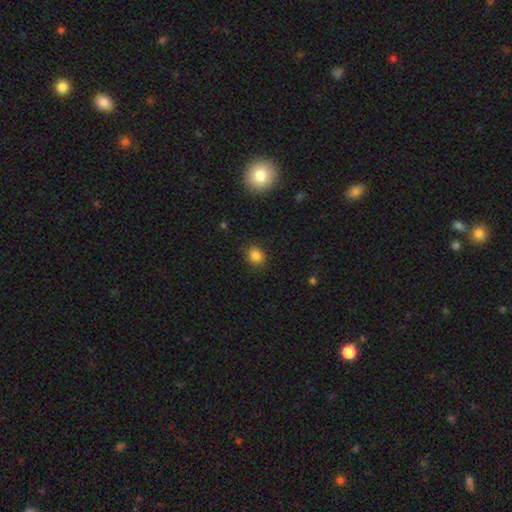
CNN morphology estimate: Smooth or featured? Predicted: smooth (p=0.84). How rounded? Predicted: round (p=0.74). Merging? Predicted: none (p=0.85).